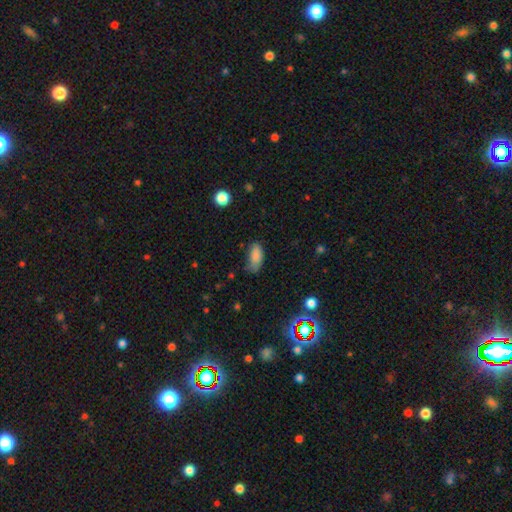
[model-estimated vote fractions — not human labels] Smooth or featured? Predicted: smooth (p=0.83). How rounded? Predicted: in between (p=0.90). Merging? Predicted: none (p=0.58).